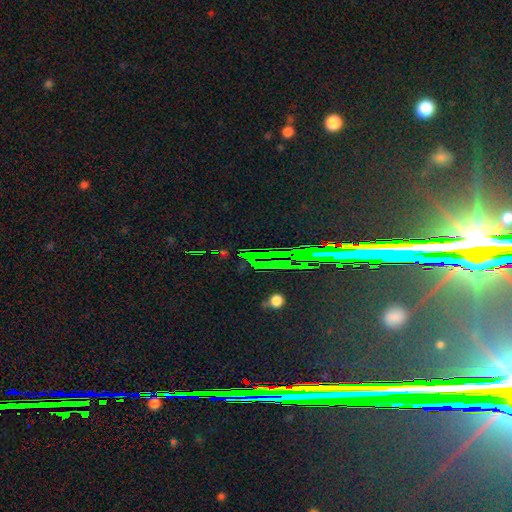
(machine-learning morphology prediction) A star or artifact, not a galaxy (75%).